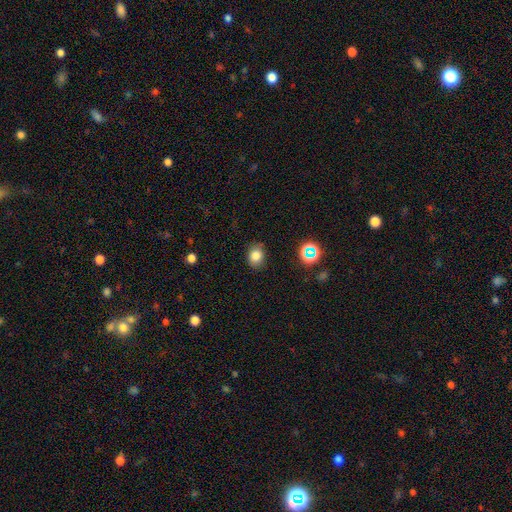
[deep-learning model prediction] smooth_or_featured: smooth (p=0.79) [alt: star or artifact p=0.13]
how_rounded: round (p=0.56) [alt: in between p=0.43]
merging: none (p=0.82) [alt: minor disturbance p=0.13]